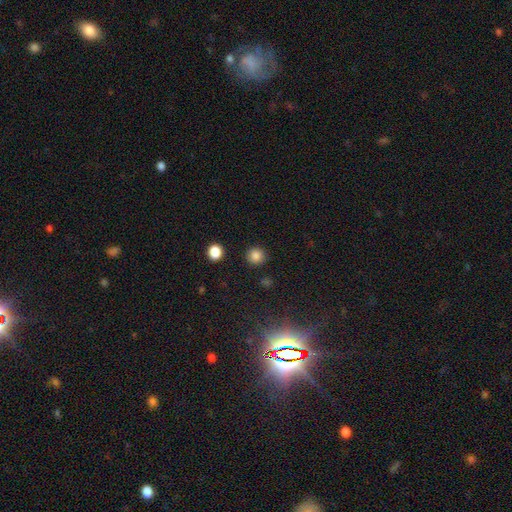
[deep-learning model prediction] Smooth or featured?
  - smooth: 83% *
  - star or artifact: 12%
  - featured or disk: 4%
How rounded?
  - round: 93% *
  - in between: 6%
  - cigar-shaped: 1%
Merging?
  - none: 90% *
  - minor disturbance: 5%
  - major disturbance: 2%
  - merger: 2%